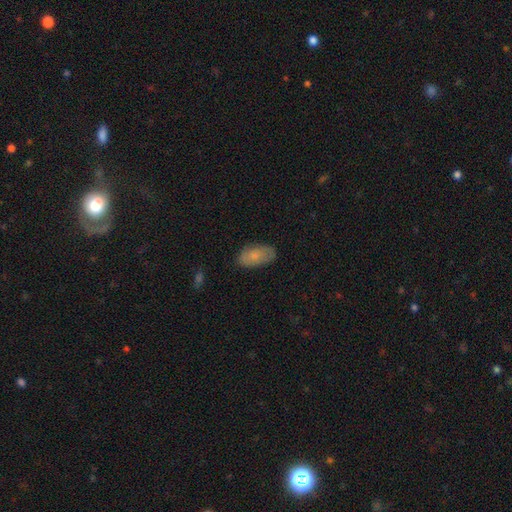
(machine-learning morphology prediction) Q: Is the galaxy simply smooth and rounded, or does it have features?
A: smooth — 79%.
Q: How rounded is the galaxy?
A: in between — 94%.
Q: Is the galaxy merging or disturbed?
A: none — 80%.